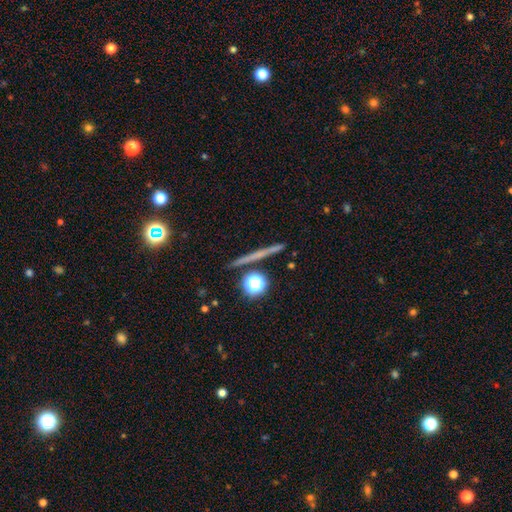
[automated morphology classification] The model was most divided on "smooth or featured": featured or disk: 48%, smooth: 38%, star or artifact: 15%. More confident: merging — none (88%).